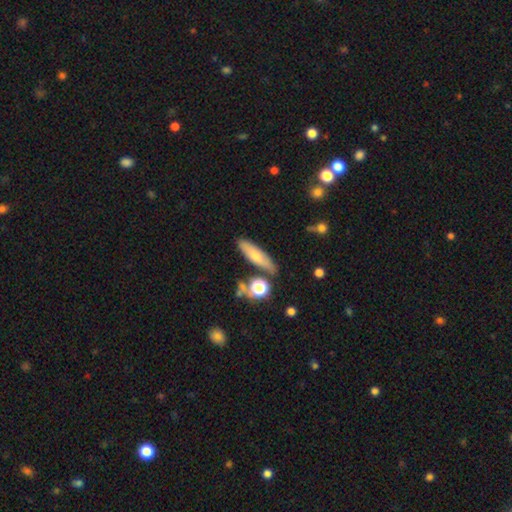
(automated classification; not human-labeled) Q: Smooth or featured?
A: smooth (65%); runner-up: featured or disk (26%)
Q: How rounded?
A: cigar-shaped (60%); runner-up: in between (36%)
Q: Merging?
A: none (76%); runner-up: minor disturbance (13%)